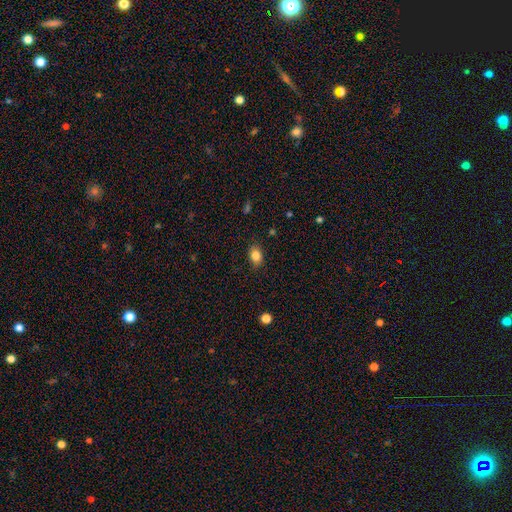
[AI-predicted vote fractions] This is clearly a smooth galaxy (84%). How rounded: likely in between (74%). Merging: clearly none (85%).